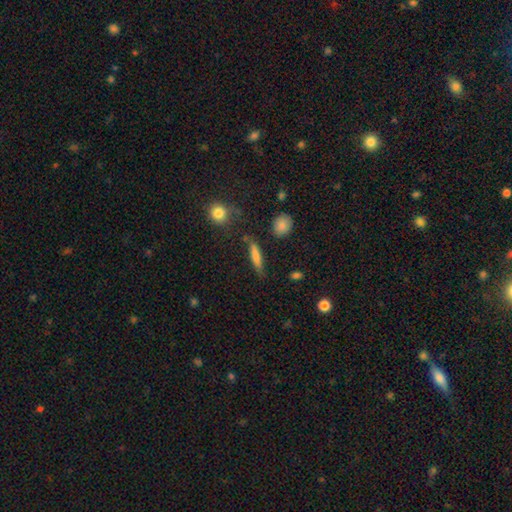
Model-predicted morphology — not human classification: Q: Smooth or featured?
A: smooth (70%); runner-up: featured or disk (21%)
Q: How rounded?
A: cigar-shaped (80%); runner-up: in between (16%)
Q: Merging?
A: none (75%); runner-up: minor disturbance (16%)